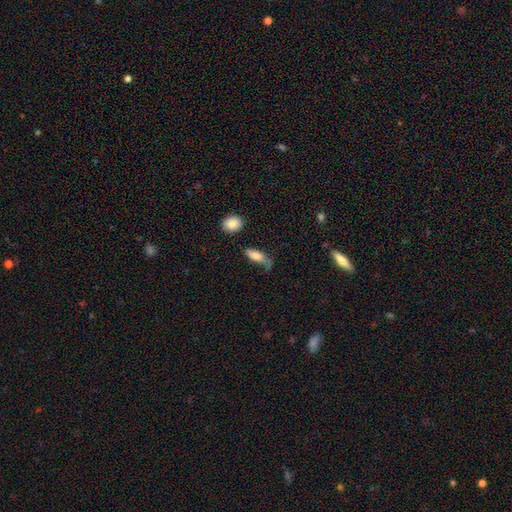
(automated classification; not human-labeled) Morphology: type=smooth (76%); roundness=in between (70%); merging=none (43%).